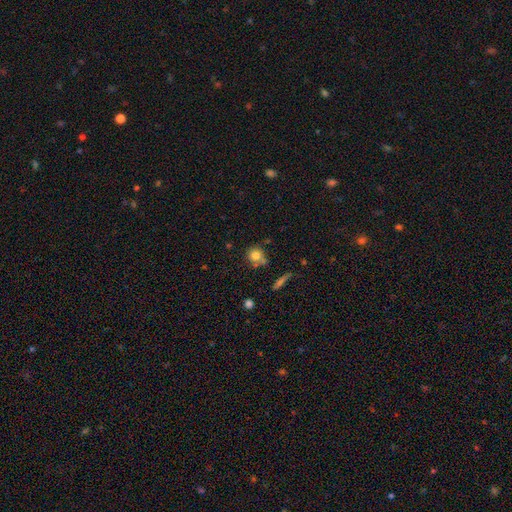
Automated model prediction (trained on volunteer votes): A smooth galaxy with no disk features (78%) that is round (88%). Merging: none (63%).